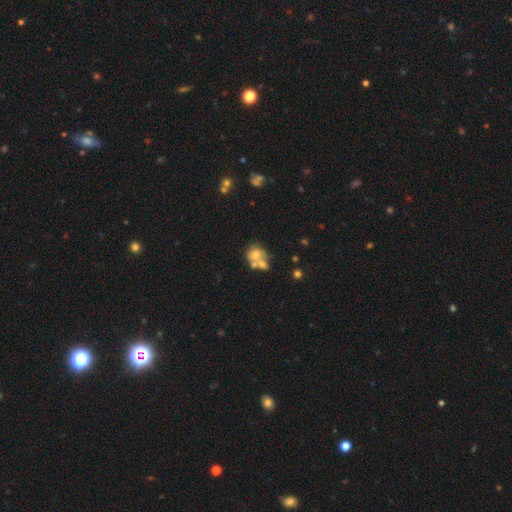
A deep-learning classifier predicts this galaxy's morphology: This appears to be a smooth galaxy with no disk features (57%) that is round (67%). Merging: merger (53%).